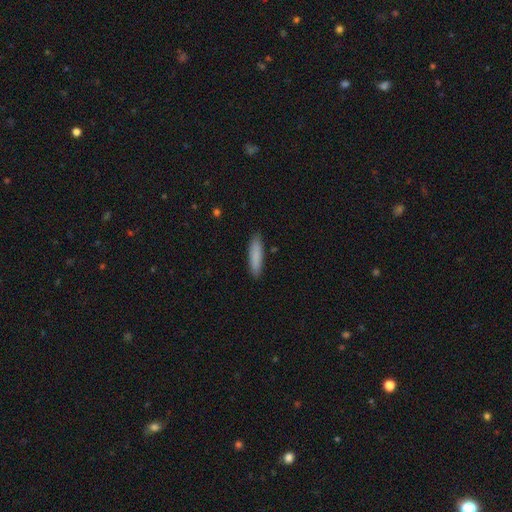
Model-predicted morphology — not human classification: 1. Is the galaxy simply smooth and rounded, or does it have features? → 85% smooth, 9% featured or disk, 6% star or artifact.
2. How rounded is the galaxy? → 80% cigar-shaped, 18% in between, 1% round.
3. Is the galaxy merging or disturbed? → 88% none, 9% minor disturbance, 2% major disturbance, 1% merger.